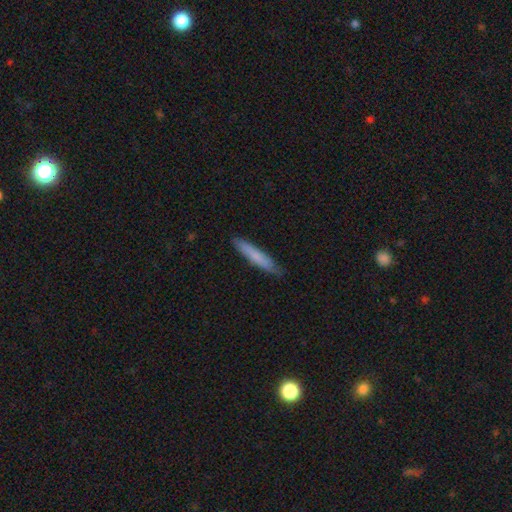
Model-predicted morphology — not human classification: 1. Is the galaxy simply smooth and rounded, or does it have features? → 75% smooth, 19% featured or disk, 5% star or artifact.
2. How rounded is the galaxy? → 92% cigar-shaped, 7% in between, 1% round.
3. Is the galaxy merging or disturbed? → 85% none, 12% minor disturbance, 2% major disturbance, 1% merger.